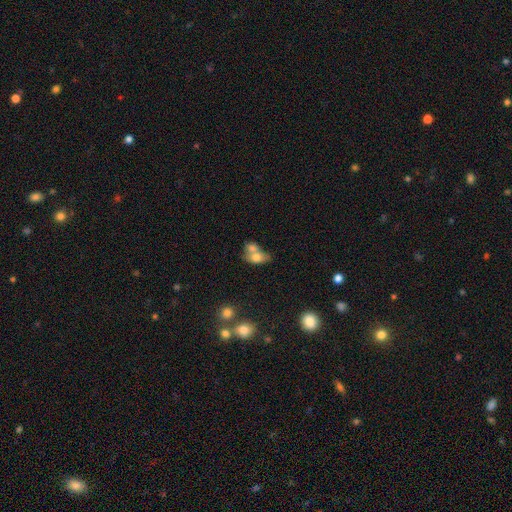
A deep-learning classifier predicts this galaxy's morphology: Q: Smooth or featured?
A: smooth (70%); runner-up: featured or disk (20%)
Q: How rounded?
A: in between (73%); runner-up: round (24%)
Q: Merging?
A: merger (62%); runner-up: none (22%)